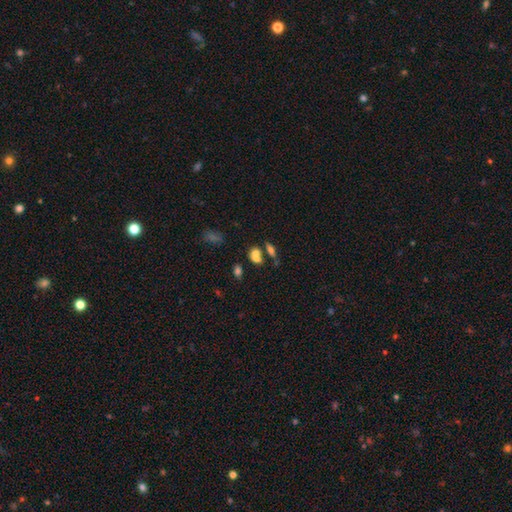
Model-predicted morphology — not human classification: Overall: smooth (66%). How rounded: in between (69%). Merging: merger (45%; none 38%).